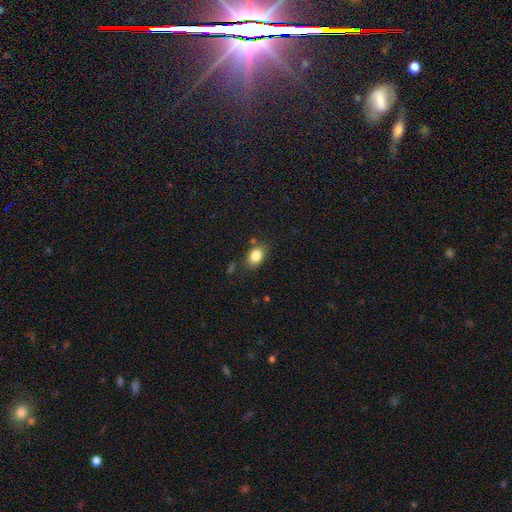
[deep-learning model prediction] Q: Smooth or featured?
A: smooth (84%); runner-up: star or artifact (9%)
Q: How rounded?
A: in between (74%); runner-up: round (25%)
Q: Merging?
A: none (74%); runner-up: minor disturbance (17%)